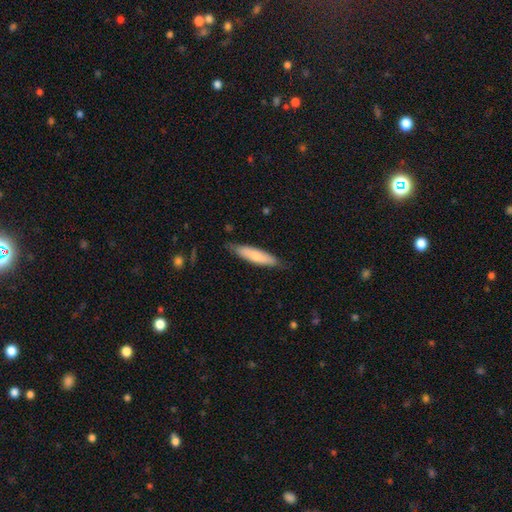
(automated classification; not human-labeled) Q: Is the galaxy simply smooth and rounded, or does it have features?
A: smooth — 72%.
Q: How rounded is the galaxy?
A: cigar-shaped — 75%.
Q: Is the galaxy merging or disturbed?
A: none — 78%.